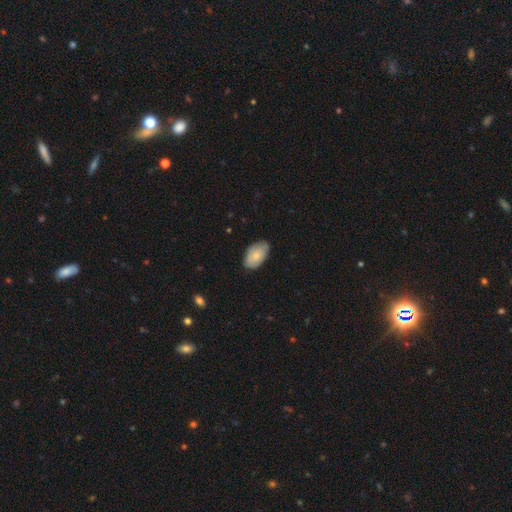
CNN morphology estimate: This is likely a smooth galaxy (75%). How rounded: clearly in between (94%). Merging: likely none (78%).